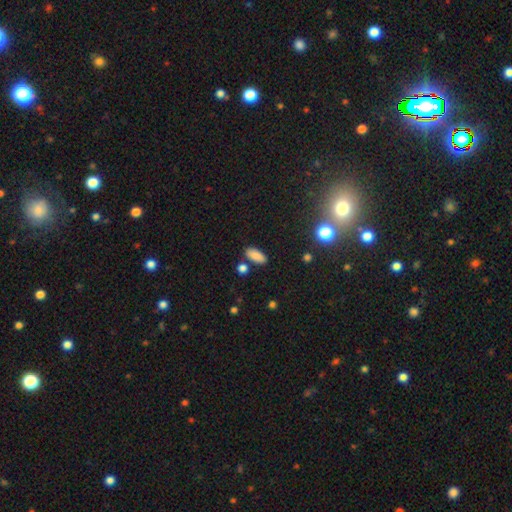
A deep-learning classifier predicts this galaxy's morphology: Q: Smooth or featured?
A: smooth (84%); runner-up: star or artifact (10%)
Q: How rounded?
A: in between (86%); runner-up: cigar-shaped (10%)
Q: Merging?
A: none (80%); runner-up: minor disturbance (10%)